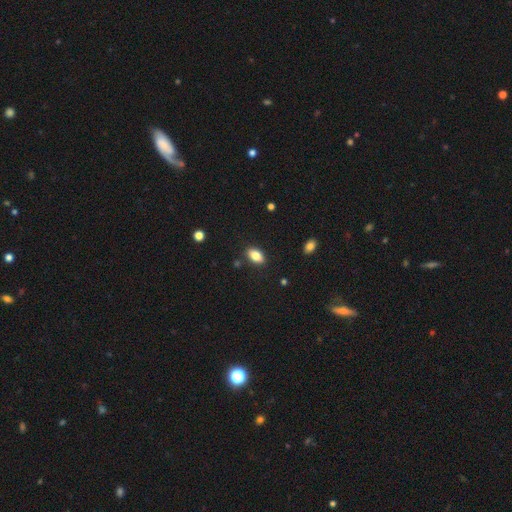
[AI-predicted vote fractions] Morphology: type=smooth (82%); roundness=in between (90%); merging=none (86%).